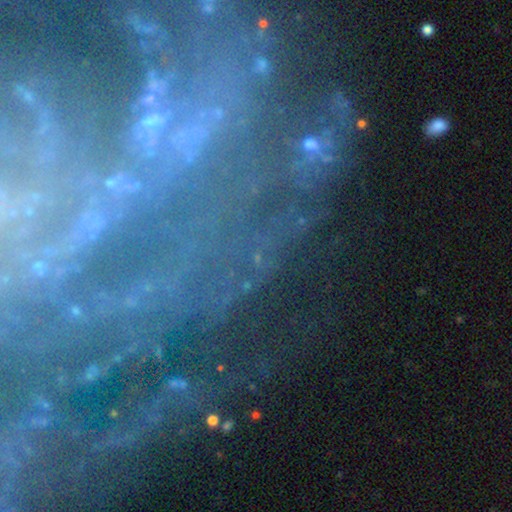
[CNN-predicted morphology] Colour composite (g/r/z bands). It shows a featured or disk galaxy (60%) with no bar (41%), spiral arms (86%) and a small central bulge (57%). Merging: none (68%).